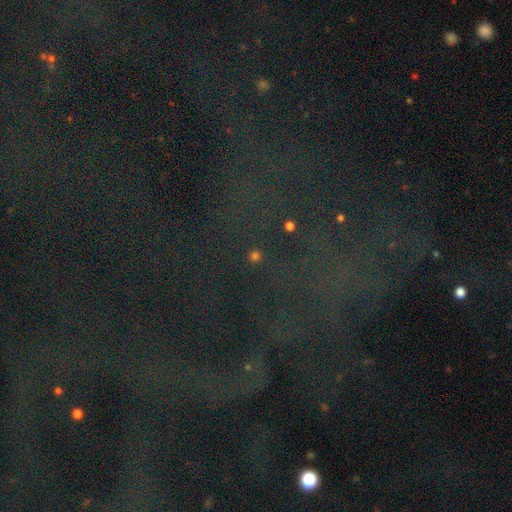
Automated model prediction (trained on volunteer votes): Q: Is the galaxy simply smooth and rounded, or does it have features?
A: star or artifact — 68%.